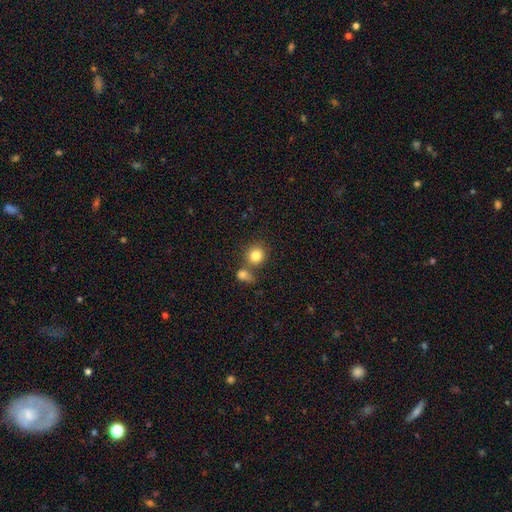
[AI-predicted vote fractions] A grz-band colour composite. It shows a smooth galaxy with no disk features (82%) that is round (86%). Merging: none (58%).